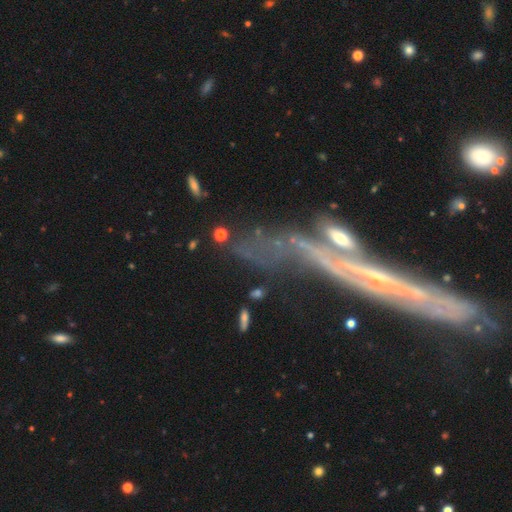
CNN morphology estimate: A featured or disk galaxy (66%) viewed edge-on (53%).

Vote fractions:
- Smooth or featured? featured or disk: 66% / smooth: 18% / star or artifact: 16%
- Edge-on disk? yes: 53% / no: 47%
- Merging? none: 39% / merger: 25% / minor disturbance: 19% / major disturbance: 18%